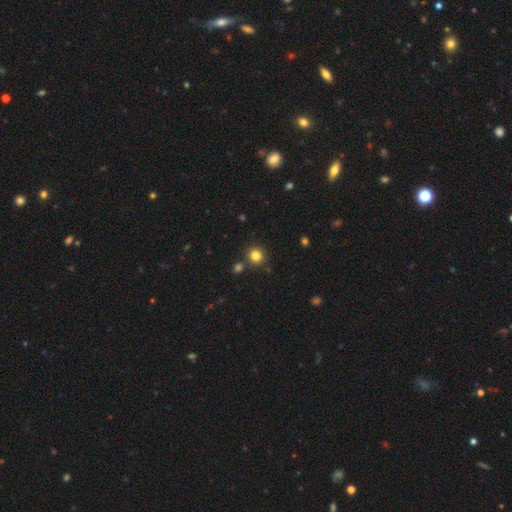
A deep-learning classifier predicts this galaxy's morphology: Smooth or featured? smooth (82%)
How rounded? round (91%)
Merging? none (83%)